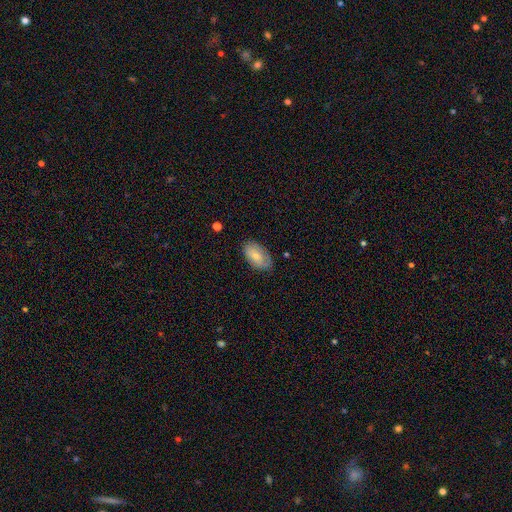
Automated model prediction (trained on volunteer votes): Smooth or featured?
  - smooth: 72% *
  - featured or disk: 22%
  - star or artifact: 7%
How rounded?
  - in between: 94% *
  - round: 4%
  - cigar-shaped: 2%
Merging?
  - none: 75% *
  - minor disturbance: 19%
  - major disturbance: 4%
  - merger: 1%